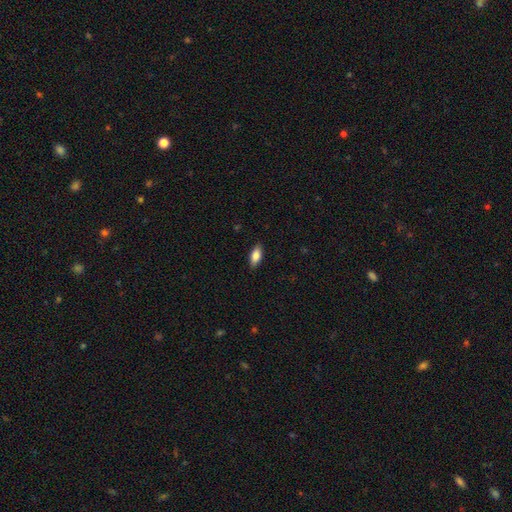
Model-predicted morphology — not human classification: smooth-or-featured: smooth: 82% | featured or disk: 11% | star or artifact: 7%
  how-rounded: in between: 86% | cigar-shaped: 11% | round: 3%
  merging: none: 88% | minor disturbance: 9% | major disturbance: 2% | merger: 1%